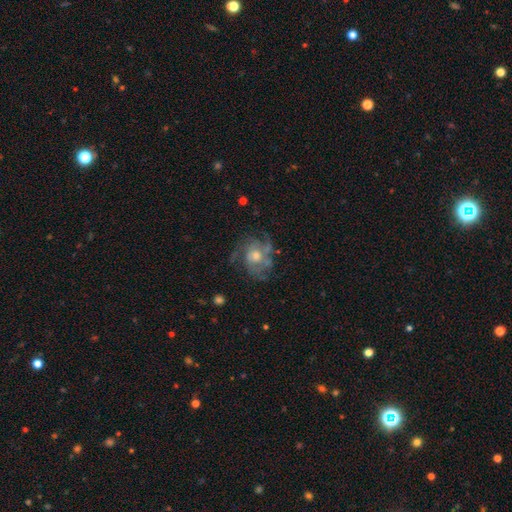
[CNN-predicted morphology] featured or disk 75%, smooth 15%, star or artifact 10%. Down the decision tree: edge-on disk — no (97%); bar — no (79%); spiral arms — yes (85%); spiral arm count — can't tell (35%); spiral winding — medium (42%); bulge size — moderate (63%); merging — none (63%).